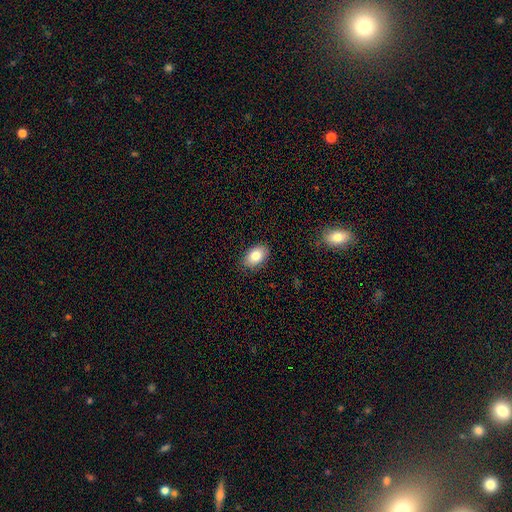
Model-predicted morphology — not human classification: A smooth galaxy with no disk features (83%) that is in between round and cigar-shaped (88%). Merging: none (86%).